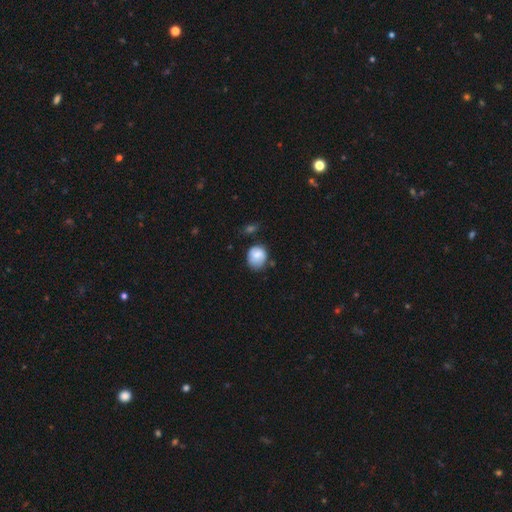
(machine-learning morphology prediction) This is likely a smooth galaxy (79%). How rounded: likely round (66%). Merging: possibly none (57%).